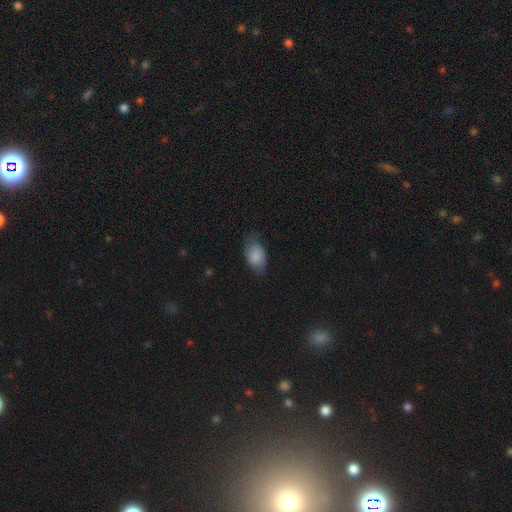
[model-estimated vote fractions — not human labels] A smooth galaxy with no disk features (82%) that is in between round and cigar-shaped (91%). Merging: none (65%).